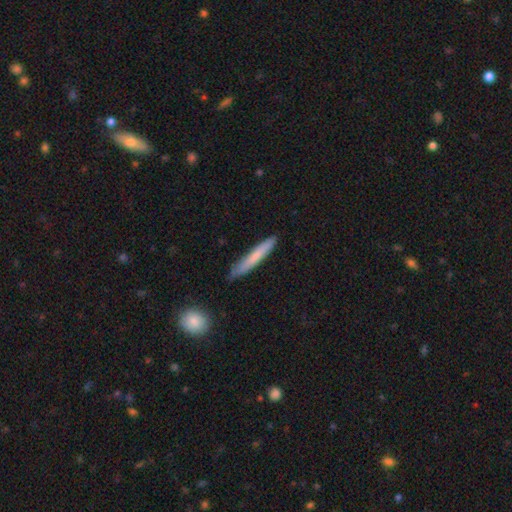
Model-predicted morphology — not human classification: Smooth or featured?
  - smooth: 72% *
  - featured or disk: 23%
  - star or artifact: 5%
How rounded?
  - cigar-shaped: 95% *
  - in between: 3%
  - round: 1%
Merging?
  - none: 84% *
  - minor disturbance: 12%
  - major disturbance: 2%
  - merger: 2%